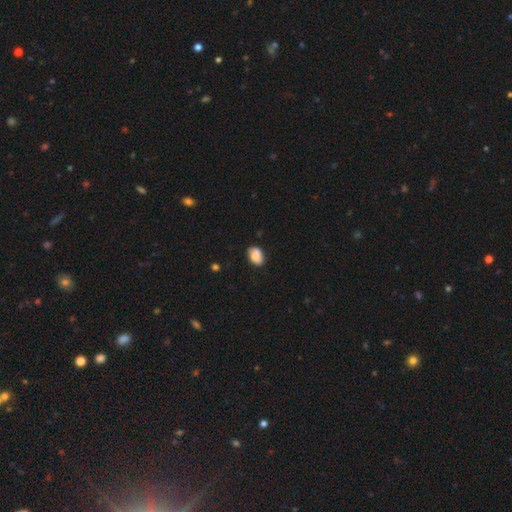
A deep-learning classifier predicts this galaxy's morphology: smooth_or_featured: smooth (p=0.79) [alt: featured or disk p=0.13]
how_rounded: in between (p=0.85) [alt: round p=0.13]
merging: none (p=0.77) [alt: minor disturbance p=0.17]